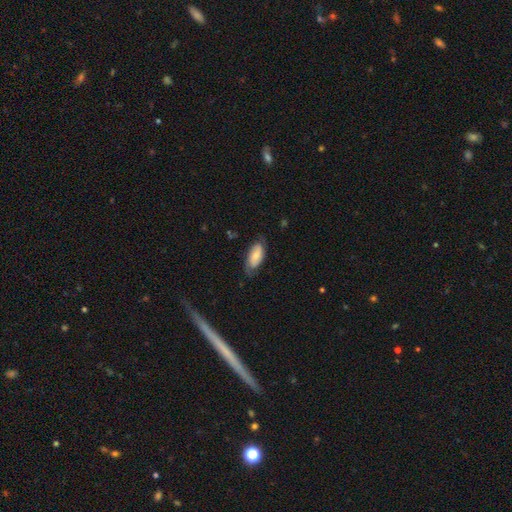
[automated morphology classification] A smooth galaxy with no disk features (51%) that is in between round and cigar-shaped (88%). Merging: none (65%).